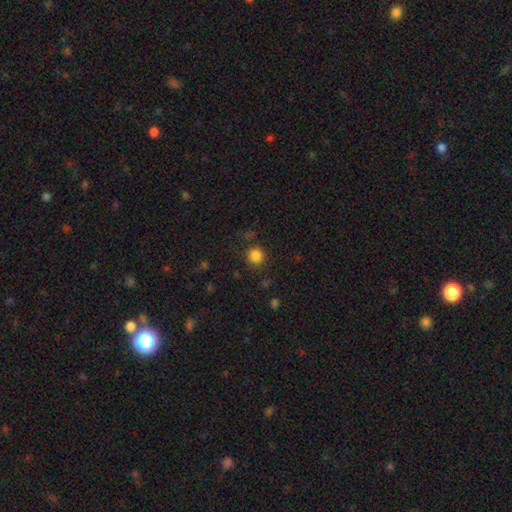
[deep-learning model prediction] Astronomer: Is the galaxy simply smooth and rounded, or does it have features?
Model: smooth — 84%.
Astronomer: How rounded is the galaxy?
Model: round — 93%.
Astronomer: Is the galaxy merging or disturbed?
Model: none — 88%.